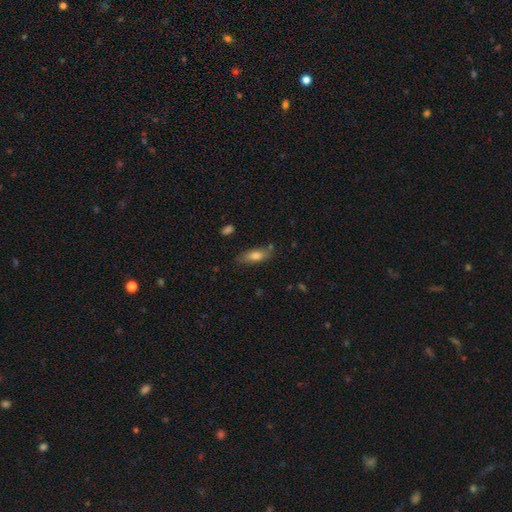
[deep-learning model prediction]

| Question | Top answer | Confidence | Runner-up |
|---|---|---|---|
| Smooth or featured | smooth | 77% | featured or disk (16%) |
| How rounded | in between | 67% | cigar-shaped (31%) |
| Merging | none | 75% | minor disturbance (17%) |